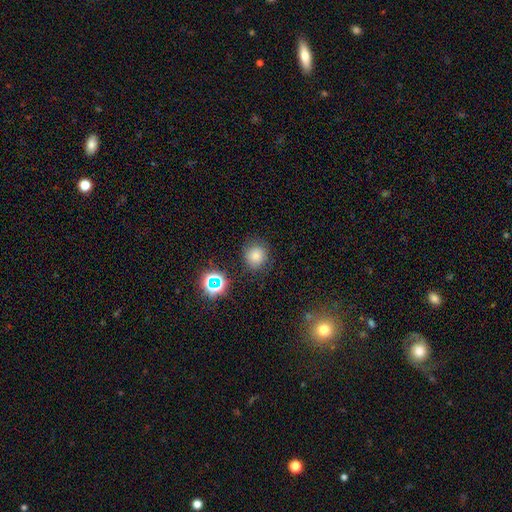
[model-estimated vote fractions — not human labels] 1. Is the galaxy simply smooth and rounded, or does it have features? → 75% smooth, 18% star or artifact, 7% featured or disk.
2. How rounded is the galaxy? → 86% round, 13% in between, 1% cigar-shaped.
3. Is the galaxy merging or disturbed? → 82% none, 12% minor disturbance, 4% major disturbance, 3% merger.